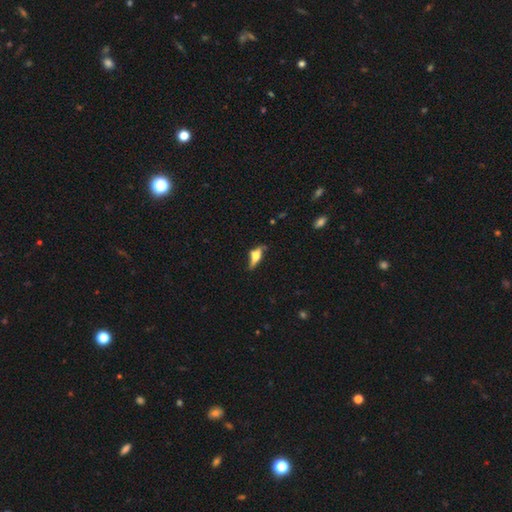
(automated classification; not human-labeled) Overall: featured or disk (49%; smooth 41%). Merging: none (52%; minor disturbance 26%).